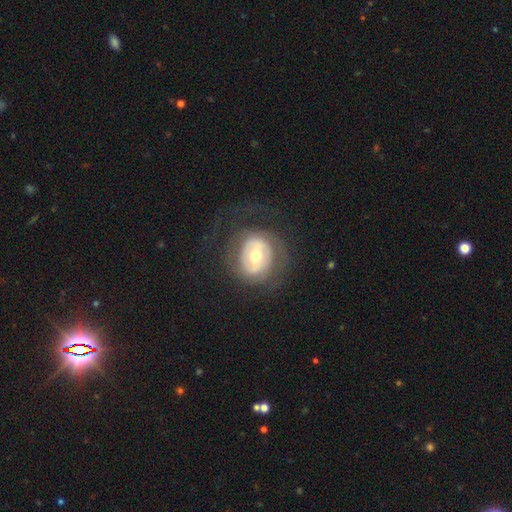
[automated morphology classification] This appears to be a featured or disk galaxy (69%) with a weak bar (38%), spiral arms (58%) and a moderate central bulge (70%). Merging: none (67%).